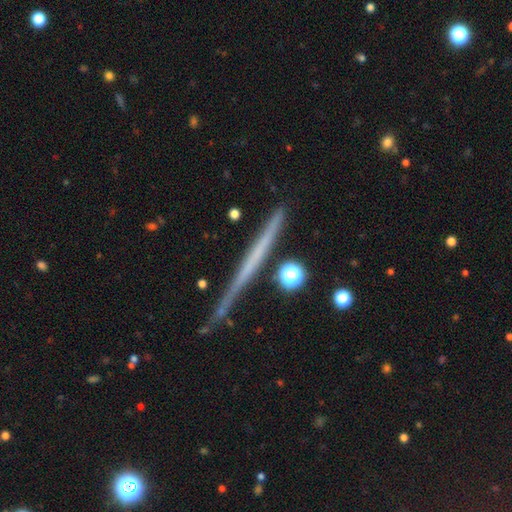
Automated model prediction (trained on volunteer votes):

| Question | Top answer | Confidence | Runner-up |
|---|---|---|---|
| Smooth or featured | featured or disk | 56% | smooth (36%) |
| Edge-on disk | yes | 97% | no (3%) |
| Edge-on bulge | none | 91% | rounded (6%) |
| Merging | none | 83% | minor disturbance (12%) |